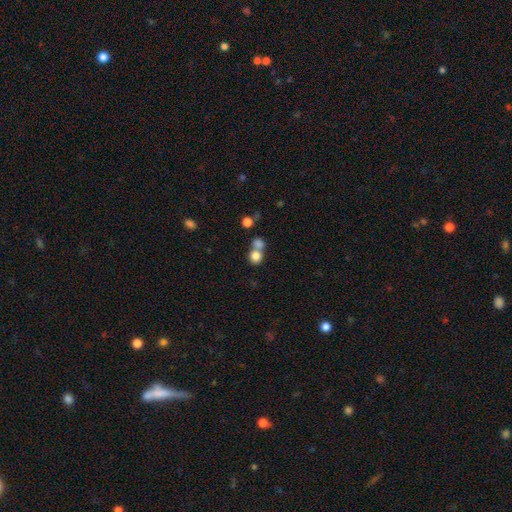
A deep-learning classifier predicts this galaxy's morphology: smooth 80%, star or artifact 11%, featured or disk 9%. Down the decision tree: how rounded — round (82%); merging — merger (49%).